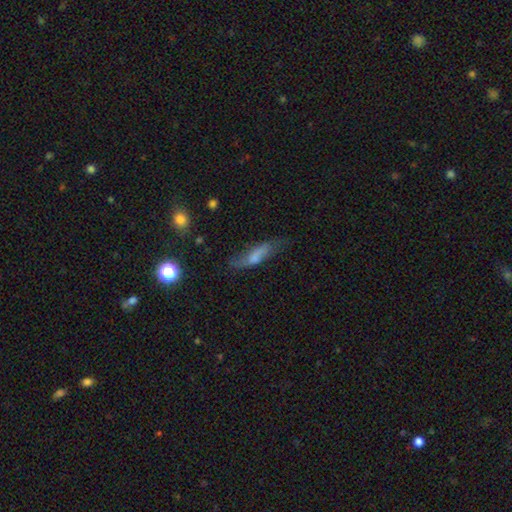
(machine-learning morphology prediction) This appears to be a smooth galaxy with no disk features (55%) that is cigar-shaped (58%). Merging: none (54%).